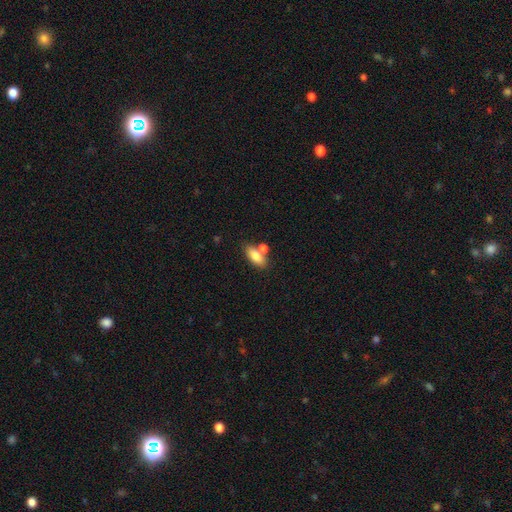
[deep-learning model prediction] Overall: smooth (81%). How rounded: in between (84%). Merging: none (58%; merger 26%).